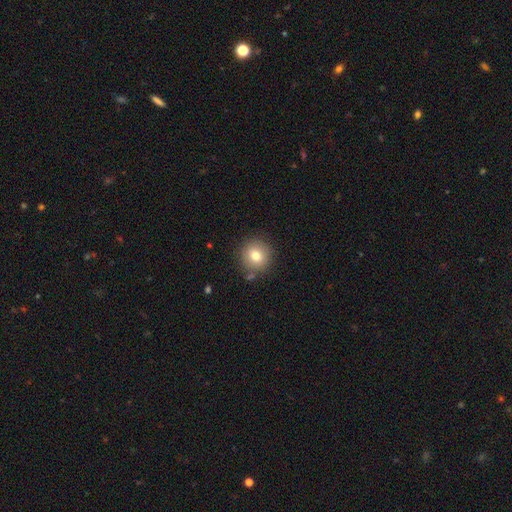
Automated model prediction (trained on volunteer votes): Q: Smooth or featured?
A: smooth (77%); runner-up: featured or disk (12%)
Q: How rounded?
A: round (92%); runner-up: in between (7%)
Q: Merging?
A: none (84%); runner-up: minor disturbance (9%)